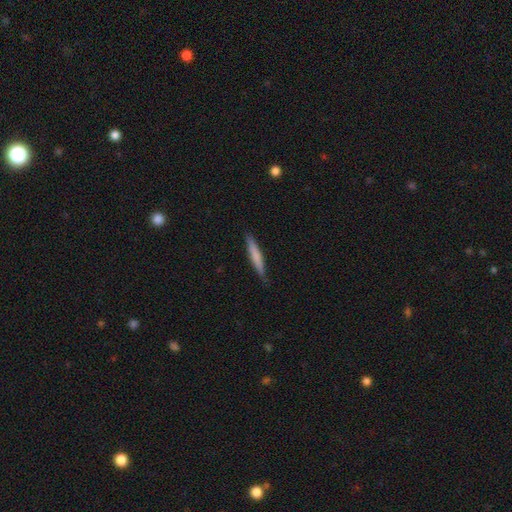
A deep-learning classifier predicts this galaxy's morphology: A smooth galaxy with no disk features (72%) that is cigar-shaped (94%).

Vote fractions:
- Smooth or featured? smooth: 72% / featured or disk: 23% / star or artifact: 5%
- How rounded? cigar-shaped: 94% / in between: 5% / round: 1%
- Merging? none: 86% / minor disturbance: 11% / major disturbance: 2% / merger: 1%